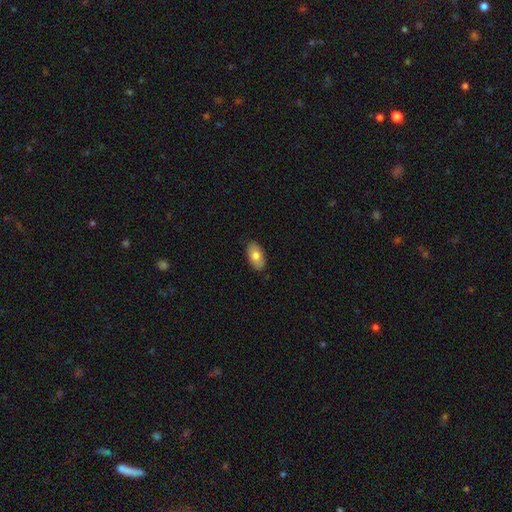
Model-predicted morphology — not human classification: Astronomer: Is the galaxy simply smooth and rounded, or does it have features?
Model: smooth — 74%.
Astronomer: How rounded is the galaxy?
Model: in between — 94%.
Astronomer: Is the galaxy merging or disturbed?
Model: none — 87%.